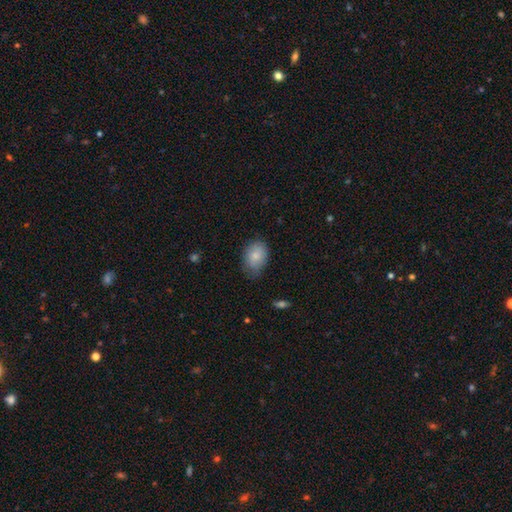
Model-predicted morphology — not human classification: This appears to be a smooth galaxy with no disk features (82%) that is in between round and cigar-shaped (75%). Merging: none (68%).